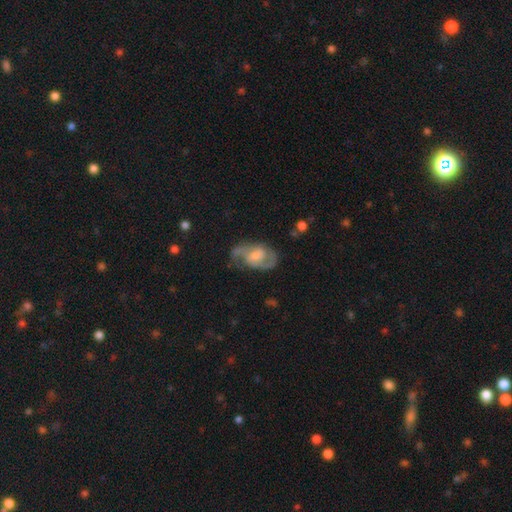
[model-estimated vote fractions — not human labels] Smooth or featured? Predicted: featured or disk (p=0.80). Edge-on disk? Predicted: no (p=0.97). Bar? Predicted: no (p=0.48). Spiral arms? Predicted: yes (p=0.93). Spiral winding? Predicted: medium (p=0.53). Spiral arm count? Predicted: 2 (p=0.80). Bulge size? Predicted: moderate (p=0.42). Merging? Predicted: none (p=0.62).